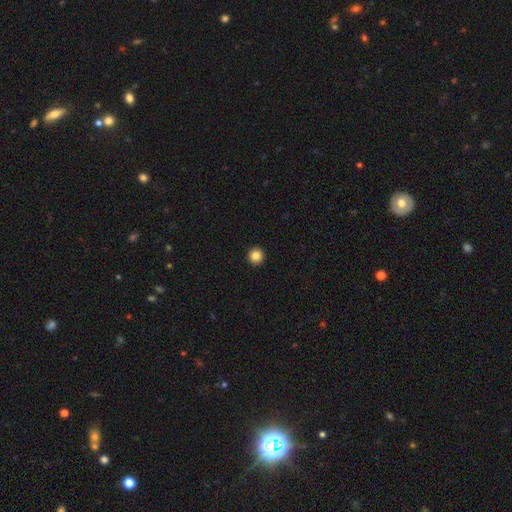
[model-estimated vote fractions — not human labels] Smooth or featured: smooth — 85% (star or artifact — 10%)
How rounded: round — 96% (in between — 3%)
Merging: none — 94% (minor disturbance — 4%)